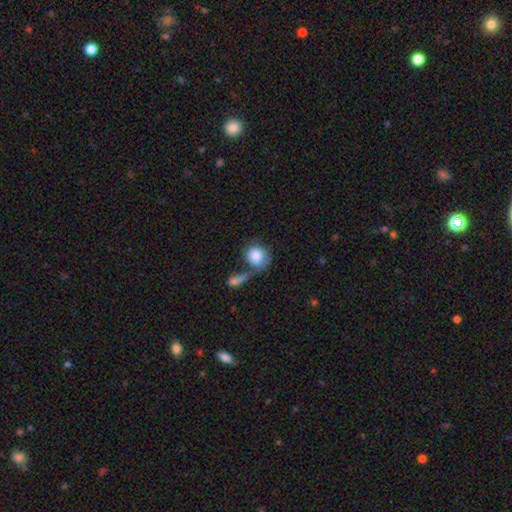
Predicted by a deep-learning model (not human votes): Morphology: type=smooth (78%); roundness=round (73%); merging=merger (36%).